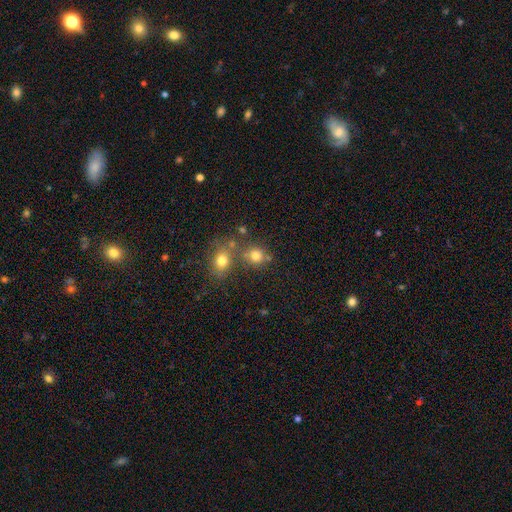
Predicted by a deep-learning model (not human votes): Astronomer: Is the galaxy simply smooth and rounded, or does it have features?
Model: smooth — 76%.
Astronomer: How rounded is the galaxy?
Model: round — 81%.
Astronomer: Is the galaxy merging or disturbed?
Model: none — 59%.